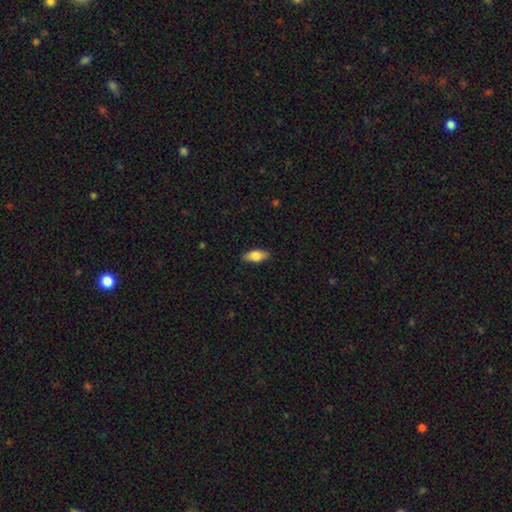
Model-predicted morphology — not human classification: Smooth or featured?
  - smooth: 83% *
  - featured or disk: 10%
  - star or artifact: 6%
How rounded?
  - in between: 87% *
  - cigar-shaped: 11%
  - round: 3%
Merging?
  - none: 87% *
  - minor disturbance: 10%
  - major disturbance: 2%
  - merger: 1%